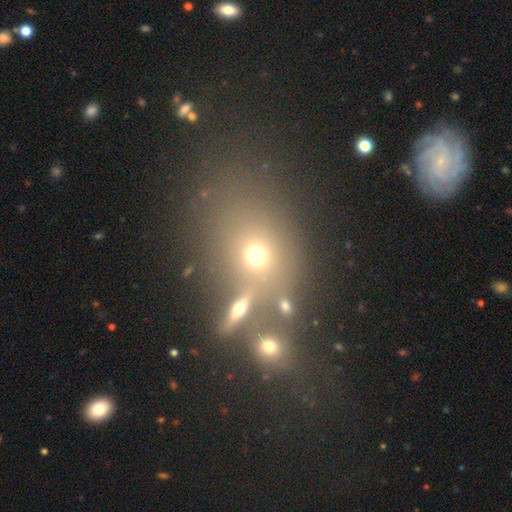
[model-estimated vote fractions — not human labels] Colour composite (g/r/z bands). It shows a smooth galaxy with no disk features (54%) that is in between round and cigar-shaped (52%). Merging: none (53%).